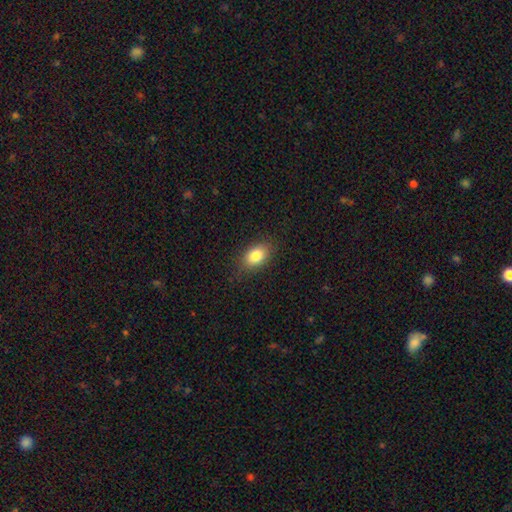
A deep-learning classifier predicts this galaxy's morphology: Smooth or featured? Predicted: smooth (p=0.83). How rounded? Predicted: in between (p=0.86). Merging? Predicted: none (p=0.84).